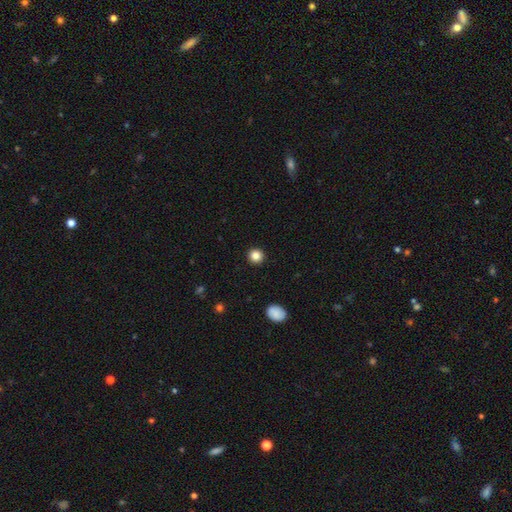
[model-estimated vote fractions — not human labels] Smooth or featured?
  - smooth: 85% *
  - star or artifact: 11%
  - featured or disk: 4%
How rounded?
  - round: 93% *
  - in between: 6%
  - cigar-shaped: 1%
Merging?
  - none: 93% *
  - minor disturbance: 4%
  - major disturbance: 2%
  - merger: 1%